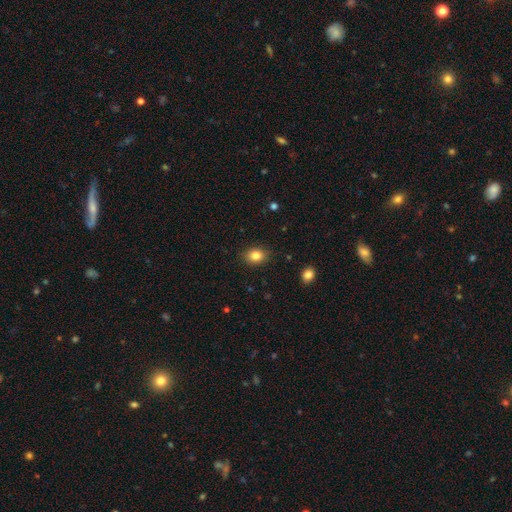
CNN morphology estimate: smooth_or_featured: smooth (p=0.84) [alt: star or artifact p=0.10]
how_rounded: in between (p=0.57) [alt: round p=0.42]
merging: none (p=0.88) [alt: minor disturbance p=0.09]